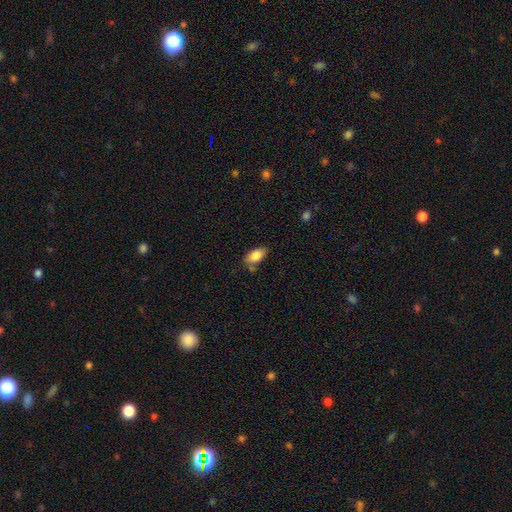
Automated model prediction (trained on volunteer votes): A smooth galaxy with no disk features (83%) that is in between round and cigar-shaped (91%).

Vote fractions:
- Smooth or featured? smooth: 83% / featured or disk: 10% / star or artifact: 7%
- How rounded? in between: 91% / round: 5% / cigar-shaped: 4%
- Merging? none: 67% / minor disturbance: 20% / merger: 8% / major disturbance: 4%